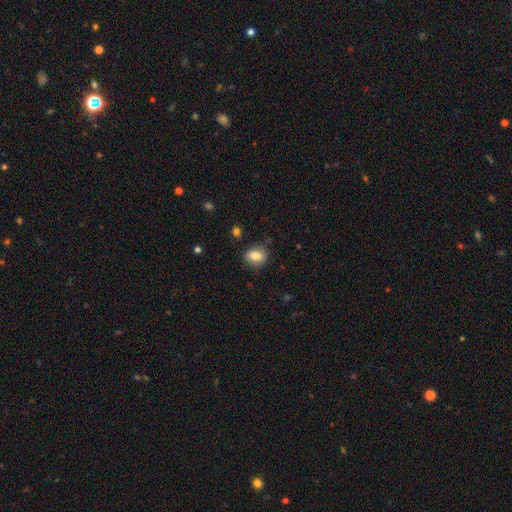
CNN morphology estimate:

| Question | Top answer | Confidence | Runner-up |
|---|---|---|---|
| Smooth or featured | smooth | 76% | featured or disk (15%) |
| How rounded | in between | 55% | round (42%) |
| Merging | none | 82% | minor disturbance (13%) |